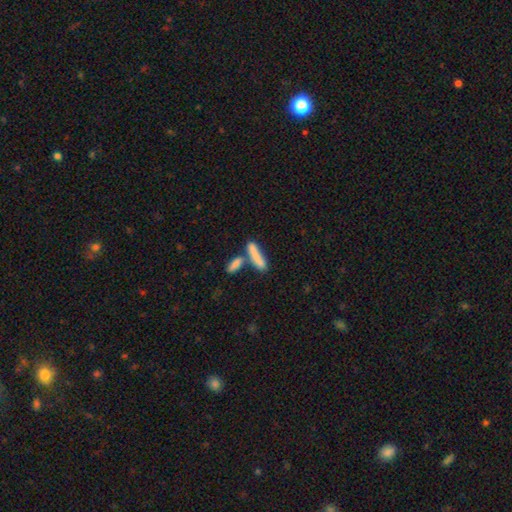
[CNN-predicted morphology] smooth-or-featured: smooth: 78% | featured or disk: 15% | star or artifact: 7%
  how-rounded: cigar-shaped: 74% | in between: 24% | round: 3%
  merging: none: 42% | merger: 40% | minor disturbance: 13% | major disturbance: 6%